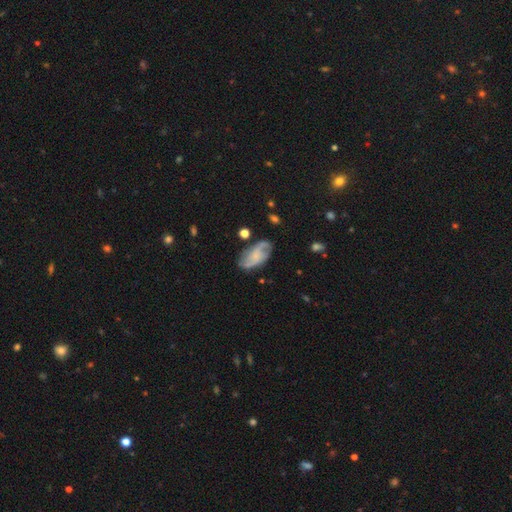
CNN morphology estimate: The model was most divided on "bulge size" (2-way tie): small: 42%, none: 42%, moderate: 12%, large: 2%, dominant: 1%. Remaining: edge-on disk — no (96%); spiral arms — yes (91%); spiral arm count — 2 (71%); merging — none (68%); smooth or featured — featured or disk (65%); bar — no (61%); spiral winding — loose (46%).